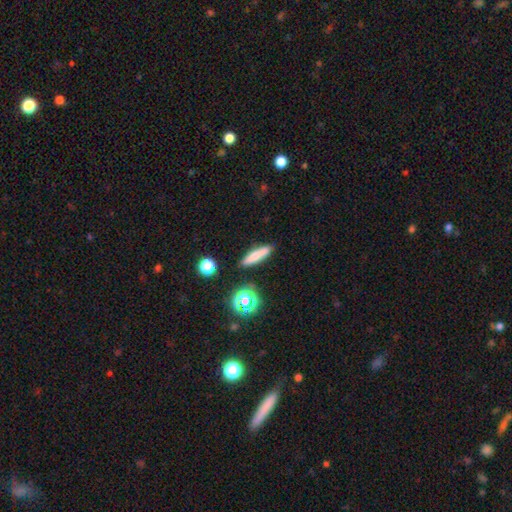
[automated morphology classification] smooth_or_featured: smooth (p=0.68) [alt: featured or disk p=0.21]
how_rounded: cigar-shaped (p=0.76) [alt: in between p=0.20]
merging: none (p=0.84) [alt: minor disturbance p=0.10]